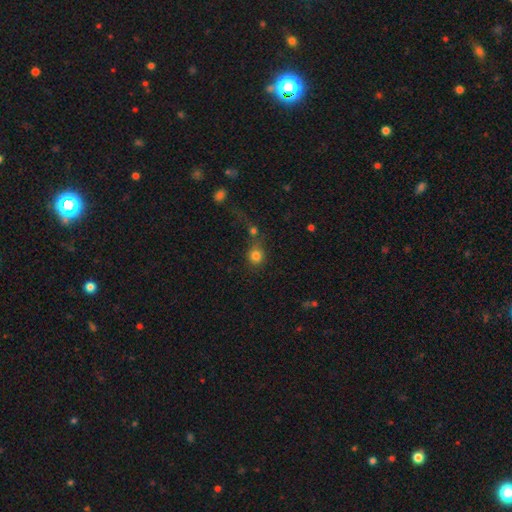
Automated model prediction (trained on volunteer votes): Smooth or featured: smooth — 79% (star or artifact — 13%)
How rounded: round — 85% (in between — 14%)
Merging: none — 46% (merger — 33%)